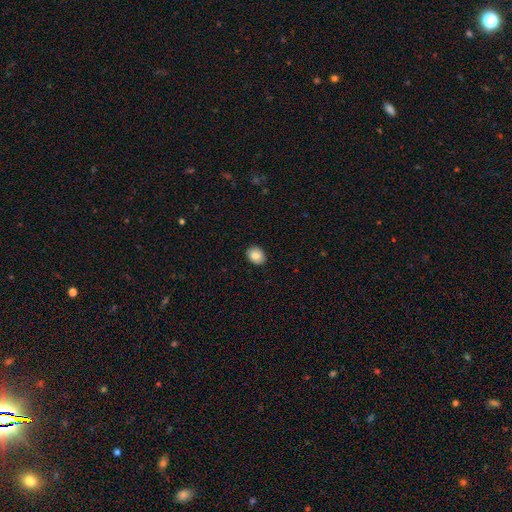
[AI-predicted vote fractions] The model was most divided on "how rounded": in between: 53%, round: 46%, cigar-shaped: 1%. More confident: merging — none (90%); smooth or featured — smooth (85%).